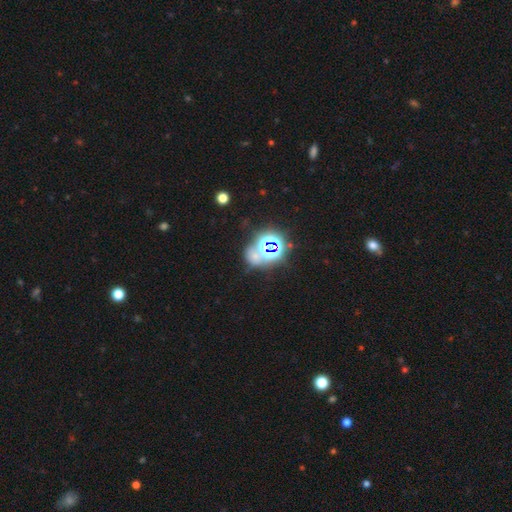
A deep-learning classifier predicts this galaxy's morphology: type=star or artifact (55%).